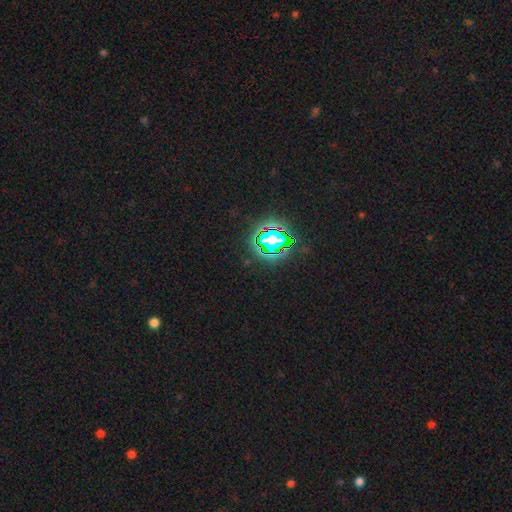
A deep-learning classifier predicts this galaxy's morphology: Smooth or featured? Predicted: star or artifact (p=0.83).